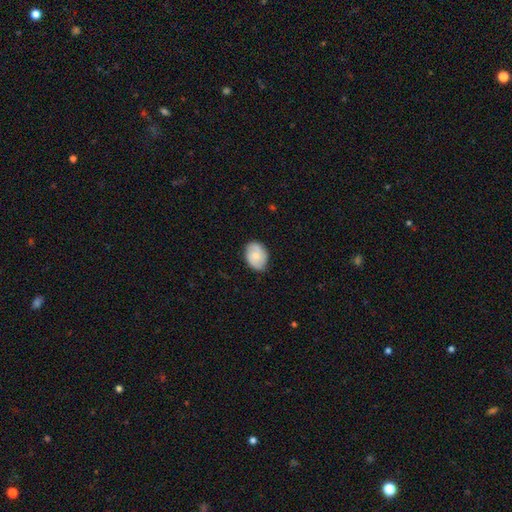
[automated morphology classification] A smooth galaxy with no disk features (59%) that is in between round and cigar-shaped (71%).

Vote fractions:
- Smooth or featured? smooth: 59% / featured or disk: 35% / star or artifact: 7%
- How rounded? in between: 71% / round: 28% / cigar-shaped: 1%
- Merging? none: 80% / minor disturbance: 16% / major disturbance: 3% / merger: 1%